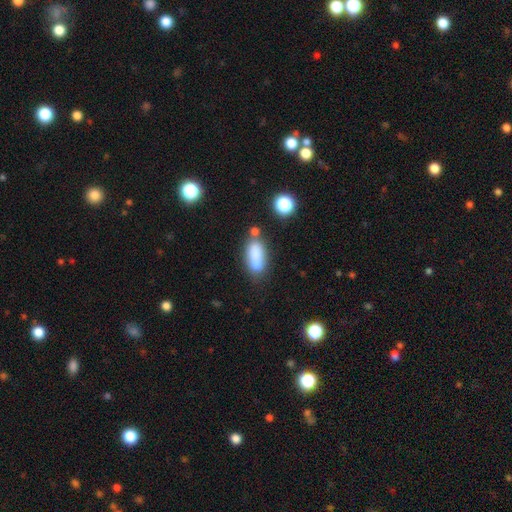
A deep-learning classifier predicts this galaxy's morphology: Q: Smooth or featured?
A: smooth (72%); runner-up: featured or disk (18%)
Q: How rounded?
A: in between (79%); runner-up: cigar-shaped (15%)
Q: Merging?
A: none (42%); runner-up: merger (34%)